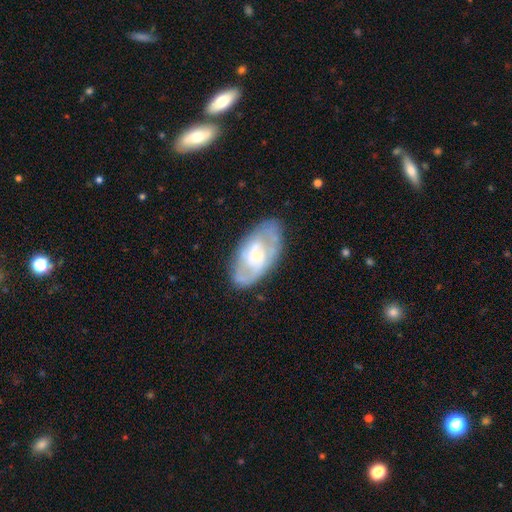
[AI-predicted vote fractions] Smooth or featured?
  - featured or disk: 68% *
  - smooth: 26%
  - star or artifact: 6%
Edge-on disk?
  - no: 94% *
  - yes: 6%
Bar?
  - no: 67% *
  - weak: 27%
  - strong: 6%
Spiral arms?
  - yes: 69% *
  - no: 31%
Bulge size?
  - small: 59% *
  - moderate: 33%
  - large: 4%
  - none: 3%
  - dominant: 1%
Merging?
  - none: 70% *
  - minor disturbance: 19%
  - major disturbance: 8%
  - merger: 3%